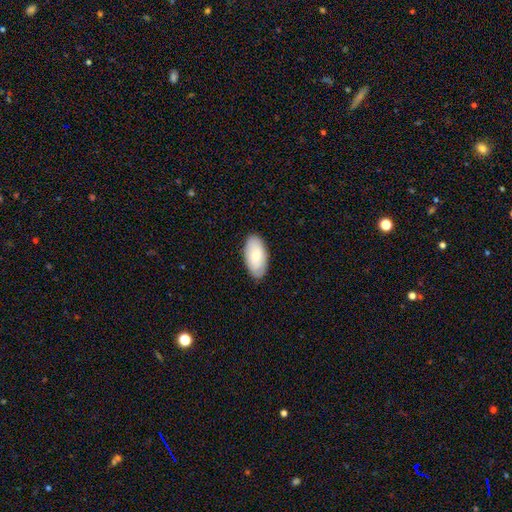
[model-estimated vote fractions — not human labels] This appears to be a smooth galaxy with no disk features (74%) that is in between round and cigar-shaped (95%). Merging: none (86%).